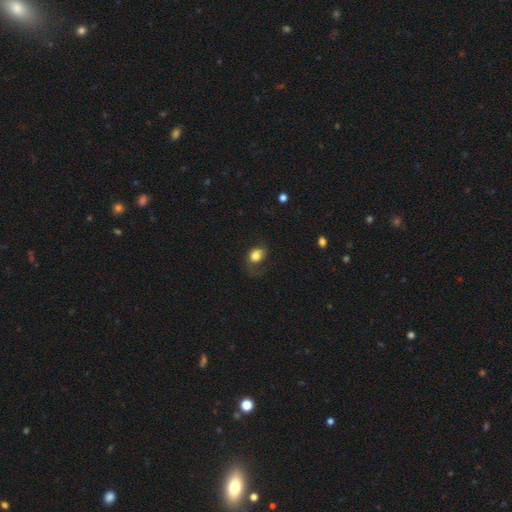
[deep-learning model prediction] Smooth or featured? smooth (75%)
How rounded? round (56%)
Merging? none (50%)